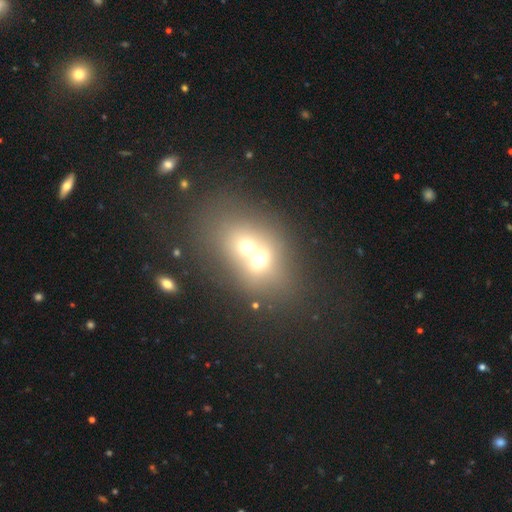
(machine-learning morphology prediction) Smooth or featured?
  - smooth: 59% *
  - featured or disk: 26%
  - star or artifact: 15%
How rounded?
  - in between: 52% *
  - round: 47%
  - cigar-shaped: 1%
Merging?
  - merger: 73% *
  - none: 18%
  - minor disturbance: 5%
  - major disturbance: 4%